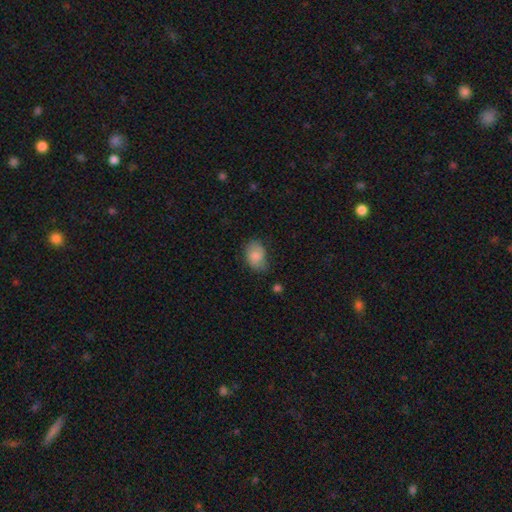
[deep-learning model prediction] A smooth galaxy with no disk features (78%) that is in between round and cigar-shaped (80%). Merging: none (63%).